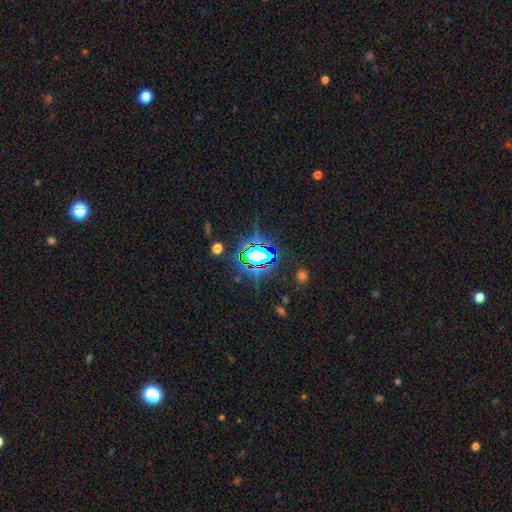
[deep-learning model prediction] Smooth or featured? star or artifact (77%)